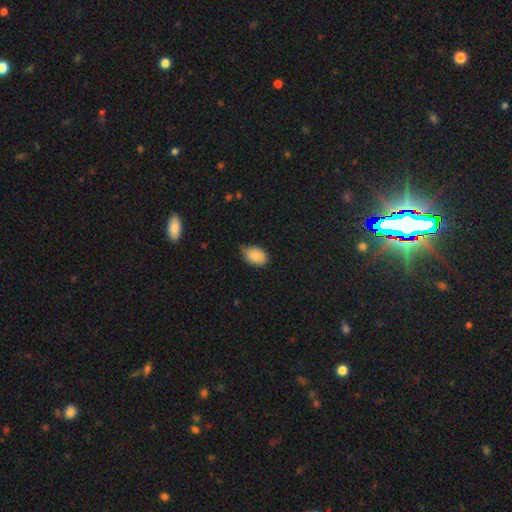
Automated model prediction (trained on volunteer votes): This is clearly a smooth galaxy (88%). How rounded: clearly in between (84%). Merging: possibly none (54%).